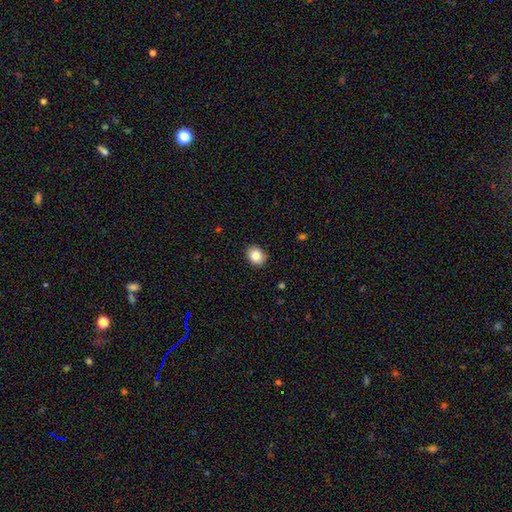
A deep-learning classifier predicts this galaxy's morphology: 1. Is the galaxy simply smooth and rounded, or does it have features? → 84% smooth, 9% star or artifact, 7% featured or disk.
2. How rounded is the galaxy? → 51% round, 48% in between, 1% cigar-shaped.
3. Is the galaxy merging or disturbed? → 86% none, 11% minor disturbance, 2% major disturbance, 1% merger.